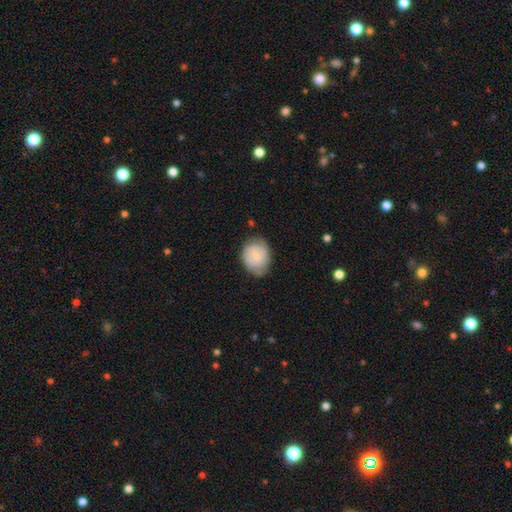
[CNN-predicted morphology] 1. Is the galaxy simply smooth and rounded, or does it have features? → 56% smooth, 38% featured or disk, 7% star or artifact.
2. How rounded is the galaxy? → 54% round, 45% in between, 1% cigar-shaped.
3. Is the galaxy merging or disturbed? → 66% none, 26% minor disturbance, 7% major disturbance, 1% merger.